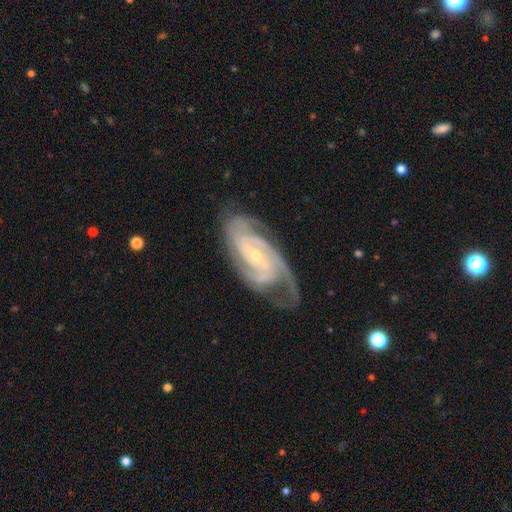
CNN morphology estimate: type=featured or disk (91%); edge-on=no (96%); bar=no (45%); spiral arms=yes (98%); winding=tight (59%); arm count=3 (34%); bulge=small (73%); merging=none (66%).